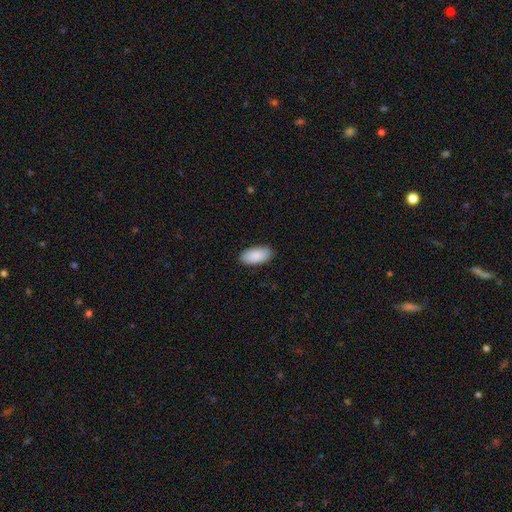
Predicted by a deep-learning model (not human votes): smooth 90%, star or artifact 5%, featured or disk 4%. Down the decision tree: how rounded — in between (94%); merging — none (88%).